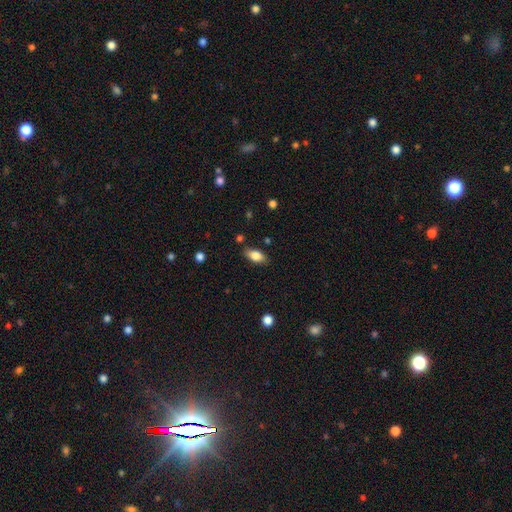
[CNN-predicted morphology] Smooth or featured? smooth (80%)
How rounded? in between (88%)
Merging? none (82%)